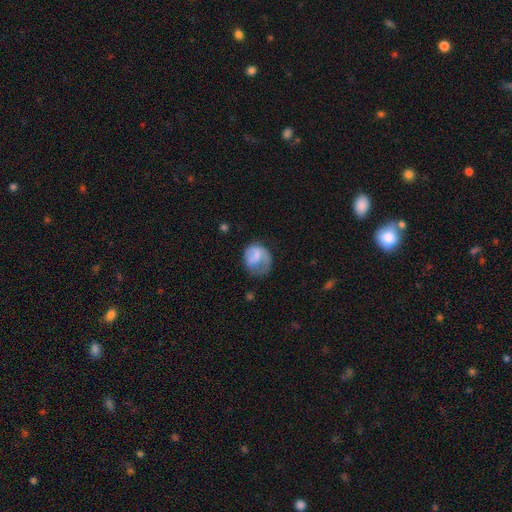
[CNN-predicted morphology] smooth 61%, featured or disk 32%, star or artifact 8%. Down the decision tree: how rounded — round (60%); merging — none (35%).